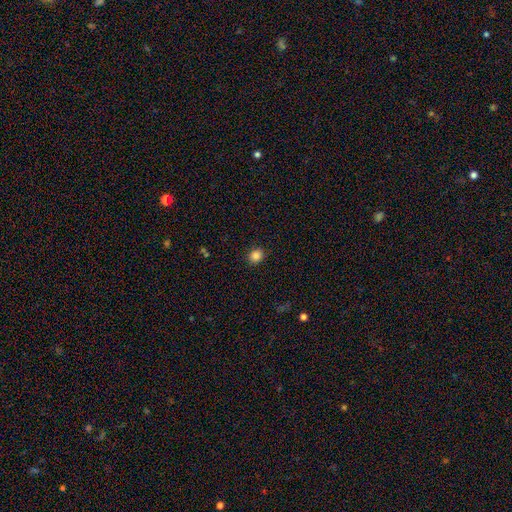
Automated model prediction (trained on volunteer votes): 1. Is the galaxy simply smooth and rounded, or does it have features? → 85% smooth, 11% star or artifact, 4% featured or disk.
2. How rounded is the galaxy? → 72% round, 27% in between, 1% cigar-shaped.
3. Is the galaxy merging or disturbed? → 89% none, 7% minor disturbance, 2% major disturbance, 1% merger.